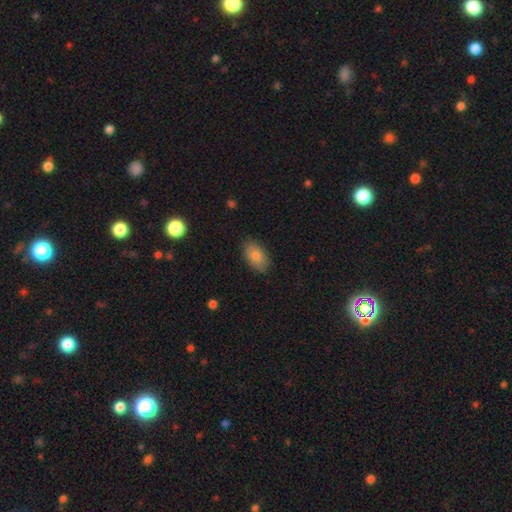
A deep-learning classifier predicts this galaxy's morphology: This appears to be a smooth galaxy with no disk features (82%) that is in between round and cigar-shaped (92%). Merging: none (85%).